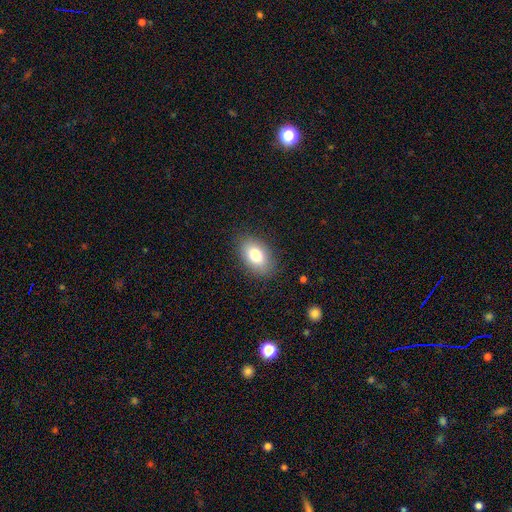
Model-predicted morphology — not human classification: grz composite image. It shows a smooth galaxy with no disk features (80%) that is in between round and cigar-shaped (89%). Merging: none (85%).